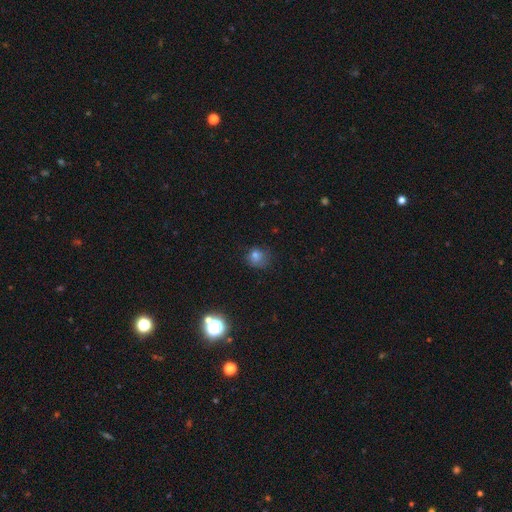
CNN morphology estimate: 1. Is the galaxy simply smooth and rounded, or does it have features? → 75% smooth, 17% star or artifact, 8% featured or disk.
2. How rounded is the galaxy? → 78% round, 21% in between, 1% cigar-shaped.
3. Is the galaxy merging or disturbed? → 66% none, 24% minor disturbance, 8% major disturbance, 2% merger.